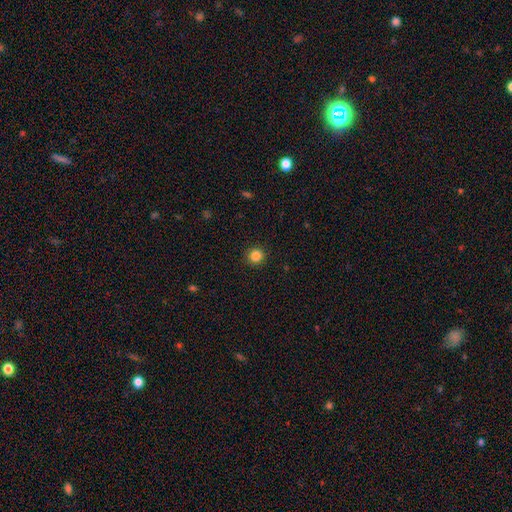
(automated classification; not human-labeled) Q: Smooth or featured?
A: smooth (84%); runner-up: star or artifact (12%)
Q: How rounded?
A: round (94%); runner-up: in between (5%)
Q: Merging?
A: none (92%); runner-up: minor disturbance (5%)